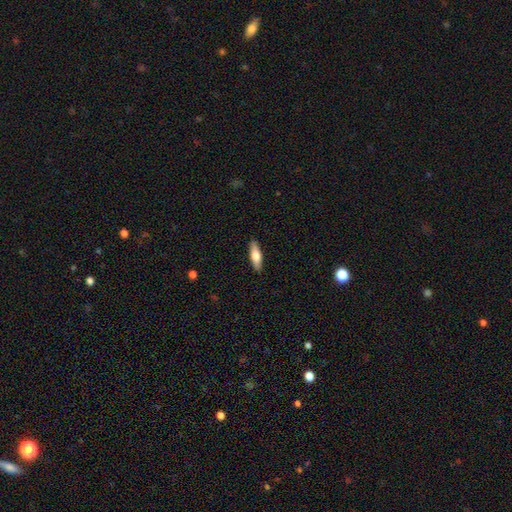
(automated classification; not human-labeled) Overall: smooth (66%; featured or disk 29%). How rounded: in between (50%; cigar-shaped 48%). Merging: none (89%).